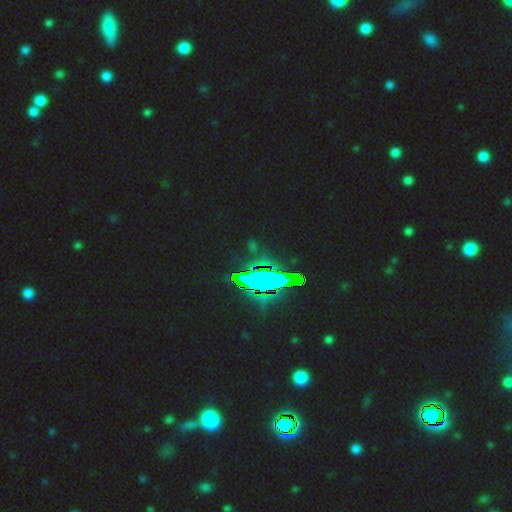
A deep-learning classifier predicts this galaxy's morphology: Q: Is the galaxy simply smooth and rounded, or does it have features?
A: star or artifact — 83%.